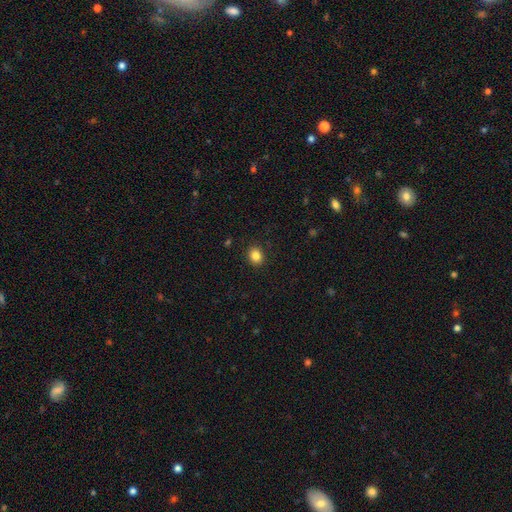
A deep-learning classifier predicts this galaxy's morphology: Overall: smooth (84%). How rounded: round (65%; in between 34%). Merging: none (91%).